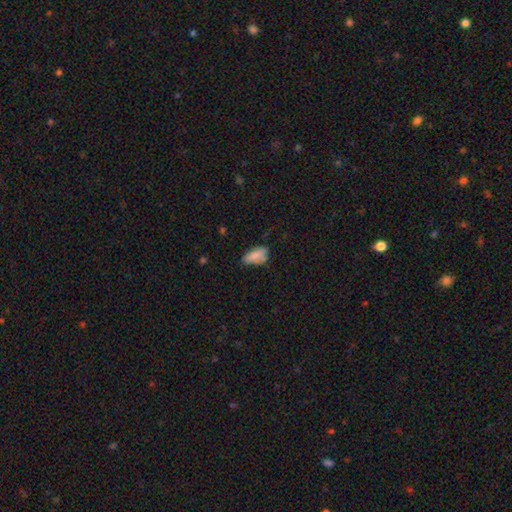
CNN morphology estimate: Smooth or featured: smooth — 77% (featured or disk — 14%)
How rounded: in between — 90% (cigar-shaped — 6%)
Merging: none — 47% (minor disturbance — 38%)